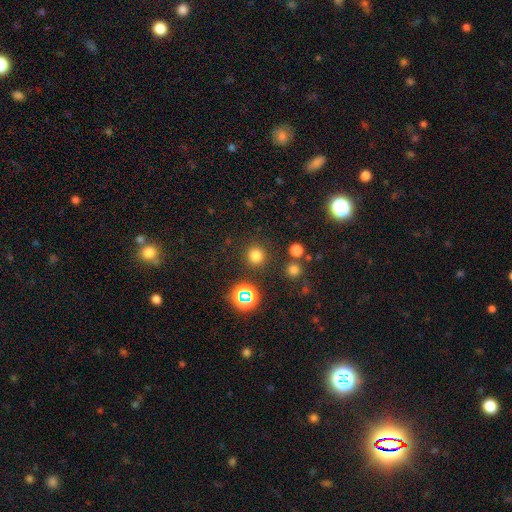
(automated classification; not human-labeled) The model was most divided on "smooth or featured": smooth: 74%, star or artifact: 21%, featured or disk: 5%. More confident: how rounded — round (94%); merging — none (87%).